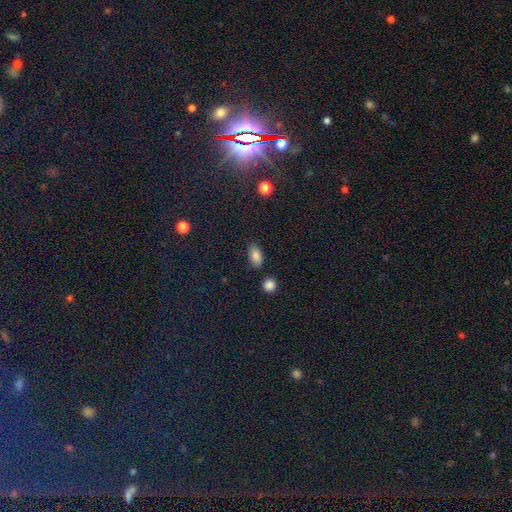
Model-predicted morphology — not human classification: The model was most divided on "merging": none: 79%, minor disturbance: 13%, merger: 4%, major disturbance: 3%. More confident: how rounded — in between (89%); smooth or featured — smooth (85%).